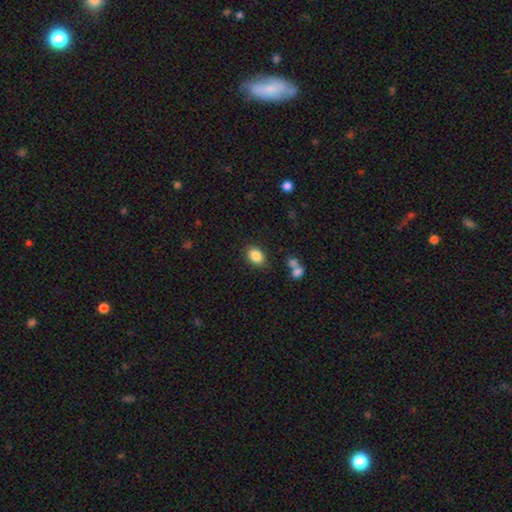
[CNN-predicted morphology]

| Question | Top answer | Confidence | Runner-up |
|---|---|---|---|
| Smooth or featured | smooth | 85% | star or artifact (9%) |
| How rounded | in between | 80% | round (19%) |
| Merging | none | 83% | minor disturbance (10%) |